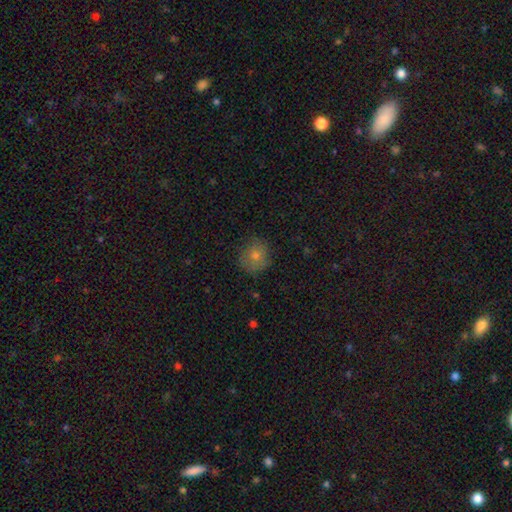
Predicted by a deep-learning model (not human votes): The model was most divided on "smooth or featured": smooth: 73%, star or artifact: 15%, featured or disk: 12%. More confident: how rounded — round (85%); merging — none (81%).